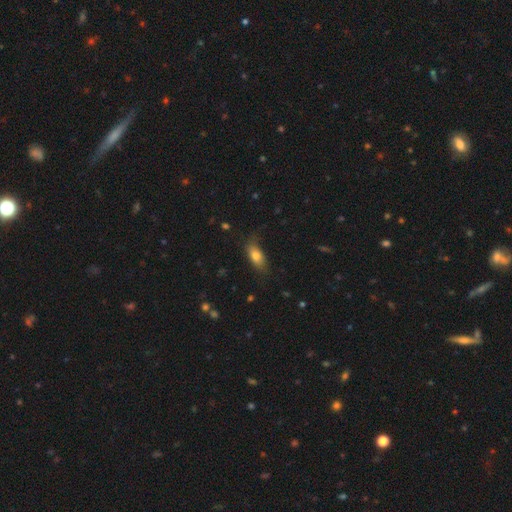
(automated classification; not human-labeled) Smooth or featured? Predicted: smooth (p=0.78). How rounded? Predicted: in between (p=0.82). Merging? Predicted: none (p=0.70).